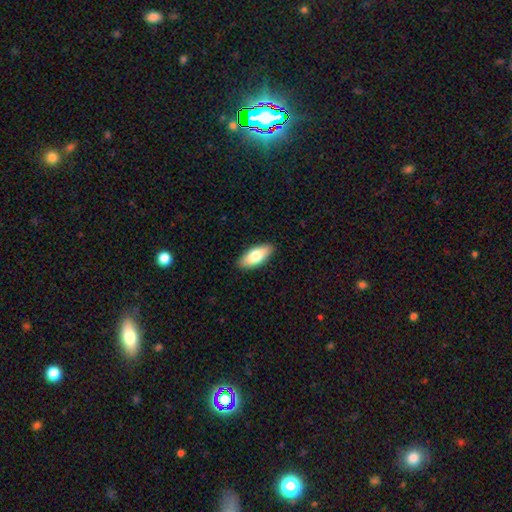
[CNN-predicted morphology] Smooth or featured: smooth — 76% (featured or disk — 18%)
How rounded: in between — 84% (cigar-shaped — 14%)
Merging: none — 89% (minor disturbance — 8%)